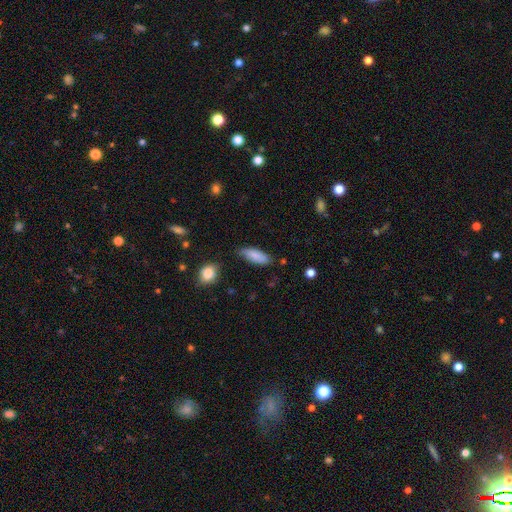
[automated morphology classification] smooth-or-featured: smooth: 84% | featured or disk: 10% | star or artifact: 7%
  how-rounded: in between: 67% | cigar-shaped: 31% | round: 2%
  merging: none: 72% | minor disturbance: 21% | major disturbance: 4% | merger: 3%